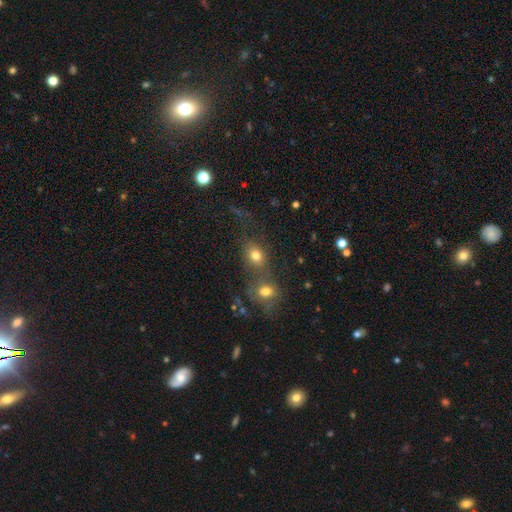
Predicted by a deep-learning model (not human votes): smooth_or_featured: smooth (p=0.75) [alt: star or artifact p=0.14]
how_rounded: in between (p=0.51) [alt: round p=0.47]
merging: merger (p=0.42) [tied with: none p=0.42]